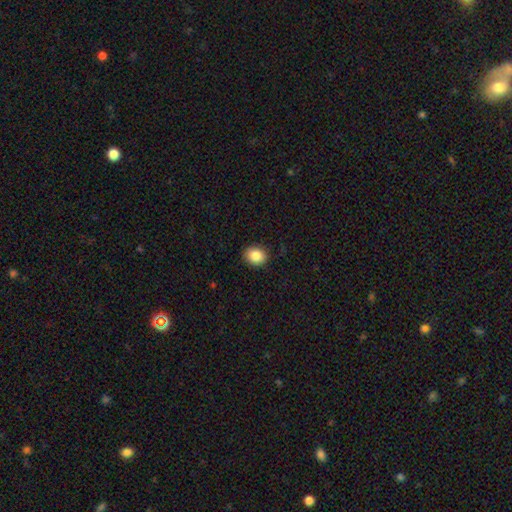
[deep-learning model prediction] Smooth or featured? Predicted: smooth (p=0.86). How rounded? Predicted: round (p=0.50). Merging? Predicted: none (p=0.89).